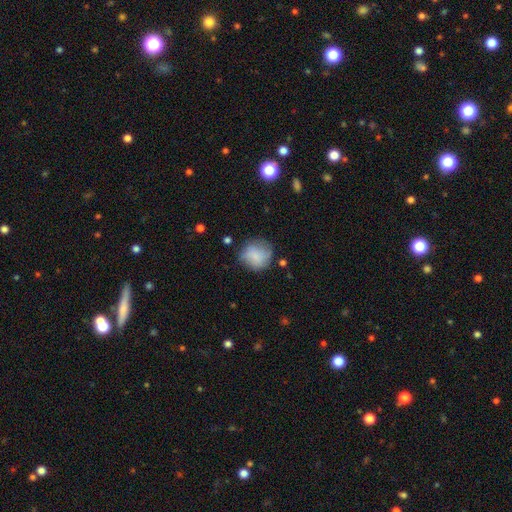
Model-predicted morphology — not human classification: smooth_or_featured: smooth (p=0.78) [alt: featured or disk p=0.14]
how_rounded: round (p=0.87) [alt: in between p=0.12]
merging: none (p=0.67) [alt: minor disturbance p=0.22]